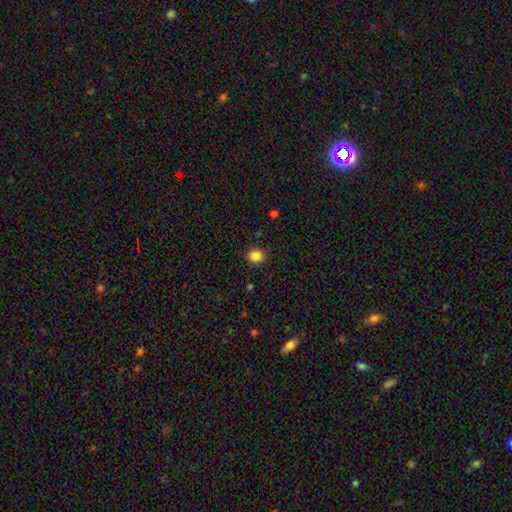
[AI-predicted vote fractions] Overall: smooth (86%). How rounded: round (88%). Merging: none (91%).